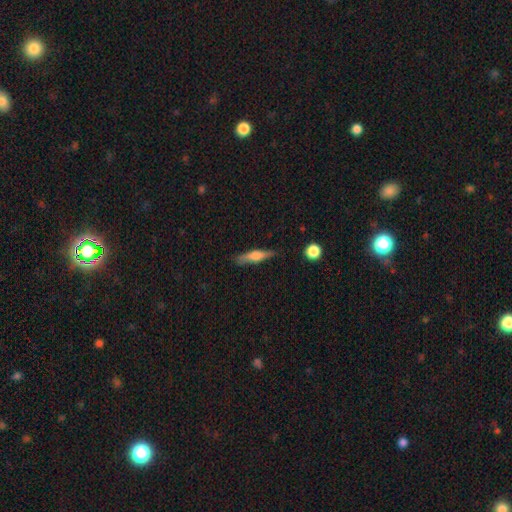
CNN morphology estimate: Overall: smooth (50%; featured or disk 43%). Merging: none (81%).